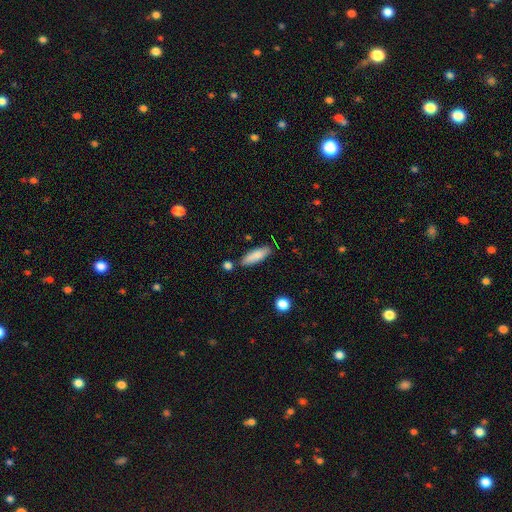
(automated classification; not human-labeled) Smooth or featured: smooth — 83% (featured or disk — 11%)
How rounded: cigar-shaped — 50% (in between — 48%)
Merging: none — 79% (minor disturbance — 13%)